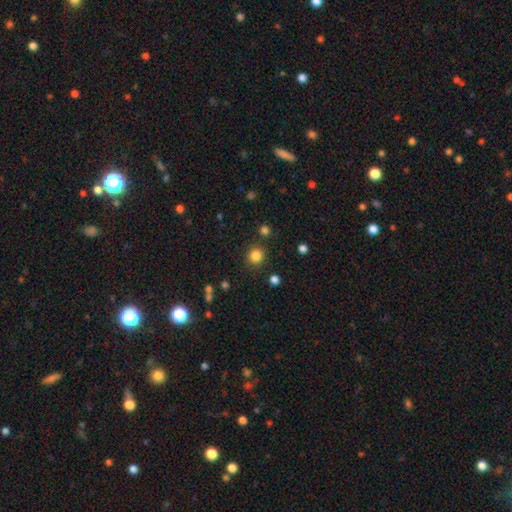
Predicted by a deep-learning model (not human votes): smooth_or_featured: smooth (p=0.83) [alt: star or artifact p=0.13]
how_rounded: round (p=0.91) [alt: in between p=0.08]
merging: none (p=0.87) [alt: minor disturbance p=0.07]